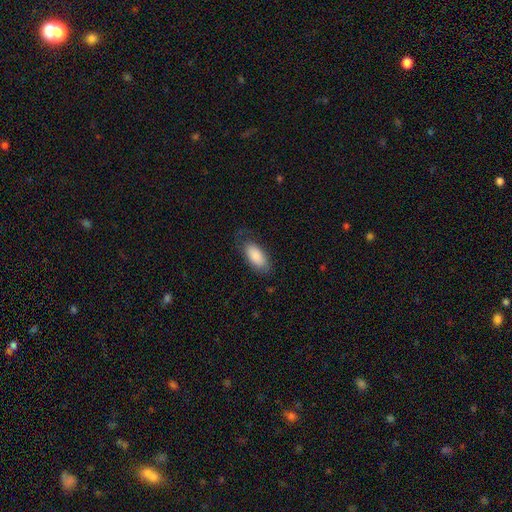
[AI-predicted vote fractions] This is clearly a smooth galaxy (87%). How rounded: clearly in between (91%). Merging: likely none (72%).